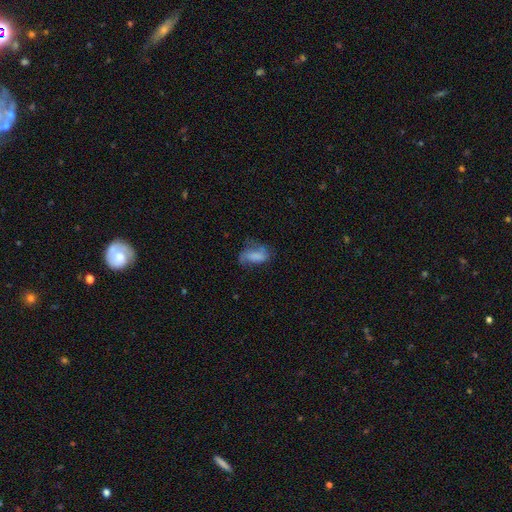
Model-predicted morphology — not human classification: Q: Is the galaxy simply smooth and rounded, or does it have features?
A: smooth — 57%.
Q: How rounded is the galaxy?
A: in between — 87%.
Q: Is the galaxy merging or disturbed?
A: none — 39%.